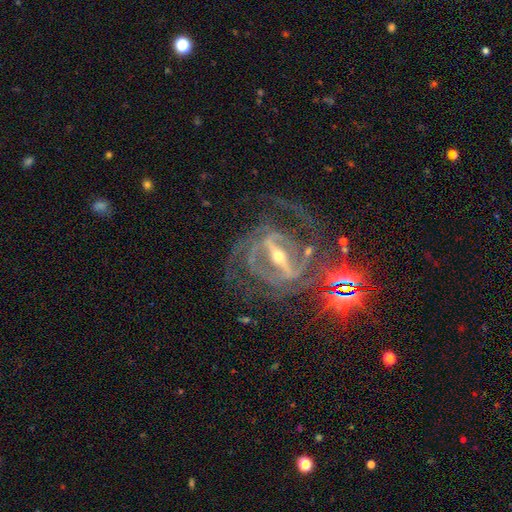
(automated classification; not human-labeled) smooth-or-featured: featured or disk: 85% | star or artifact: 10% | smooth: 5%
  disk-edge-on: no: 93% | yes: 7%
    bar: strong: 69% | weak: 22% | no: 9%
    has-spiral-arms: yes: 93% | no: 7%
      spiral-winding: tight: 53% | medium: 37% | loose: 10%
      spiral-arm-count: 2: 40% | can't tell: 22% | 3: 19% | 4: 9% | 1: 5% | more than 4: 5%
    bulge-size: small: 57% | moderate: 38% | large: 2% | none: 1% | dominant: 1%
  merging: none: 58% | major disturbance: 19% | minor disturbance: 16% | merger: 7%